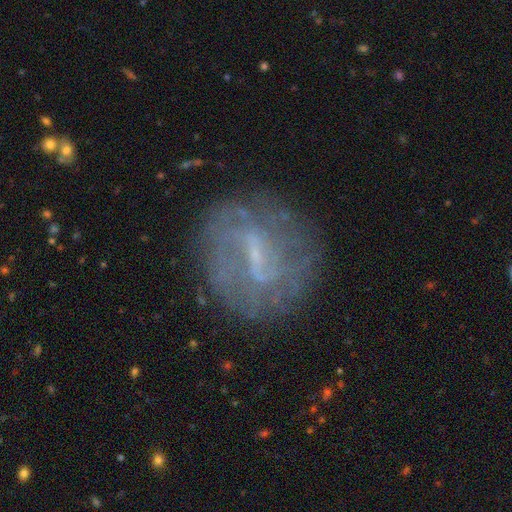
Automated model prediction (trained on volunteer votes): This is likely a featured or disk galaxy (74%). It is clearly not viewed edge-on (95%). Bar: possibly weak (48%). Spiral arm pattern: likely yes (67%). Central bulge: likely small (62%). Merging: likely none (76%).